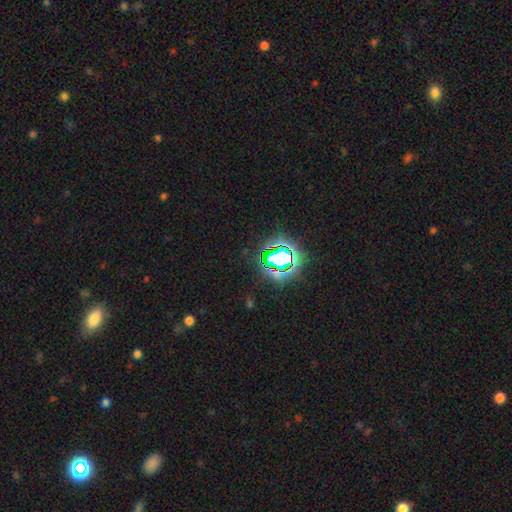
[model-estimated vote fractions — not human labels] smooth-or-featured: star or artifact: 80% | smooth: 13% | featured or disk: 7%